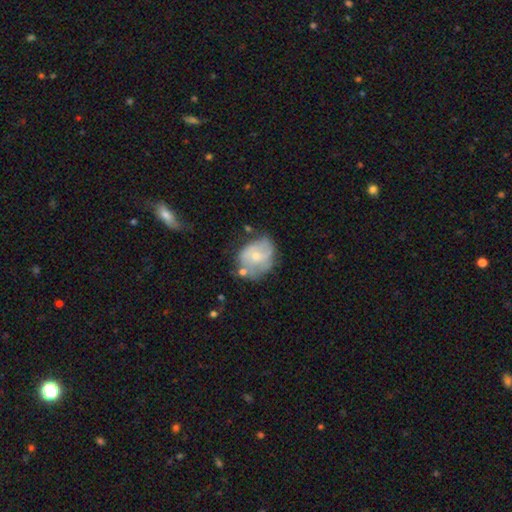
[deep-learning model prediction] A featured or disk galaxy (49%). Merging: none (45%).